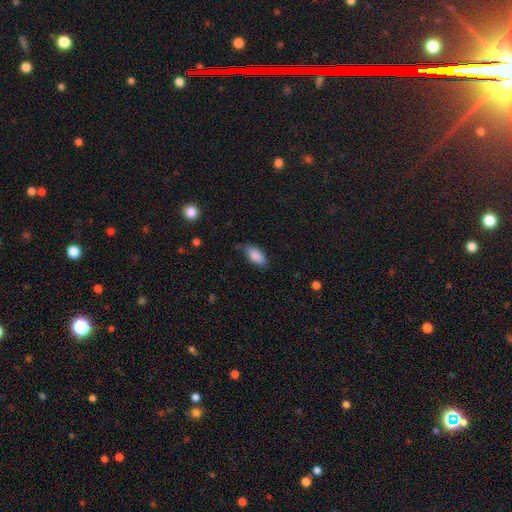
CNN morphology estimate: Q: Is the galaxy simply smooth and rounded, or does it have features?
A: smooth — 87%.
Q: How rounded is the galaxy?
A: in between — 89%.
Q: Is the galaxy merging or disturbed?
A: none — 74%.